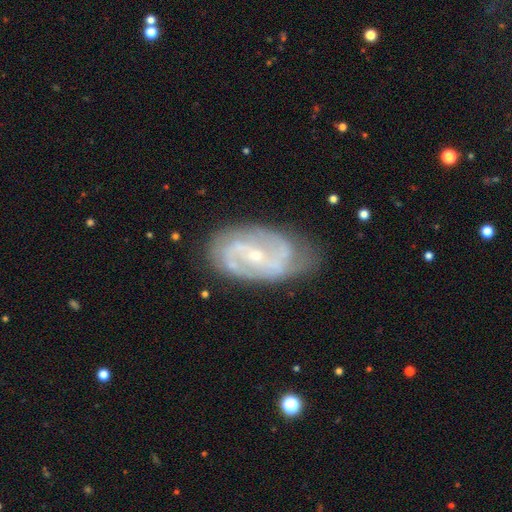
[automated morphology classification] smooth_or_featured: featured or disk (p=0.86) [alt: smooth p=0.09]
disk_edge_on: no (p=0.96) [alt: yes p=0.04]
bar: weak (p=0.42) [alt: no p=0.38]
has_spiral_arms: yes (p=0.94) [alt: no p=0.06]
spiral_winding: medium (p=0.46) [alt: tight p=0.38]
spiral_arm_count: 2 (p=0.63) [alt: can't tell p=0.16]
bulge_size: small (p=0.76) [alt: moderate p=0.21]
merging: none (p=0.68) [alt: minor disturbance p=0.23]